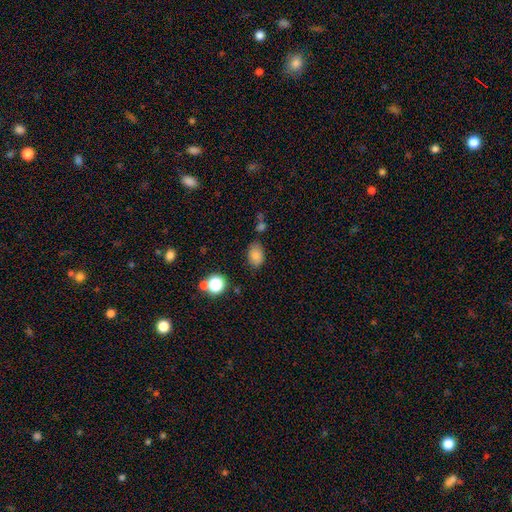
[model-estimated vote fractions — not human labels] Smooth or featured: smooth — 81% (star or artifact — 11%)
How rounded: in between — 83% (round — 16%)
Merging: none — 75% (minor disturbance — 15%)